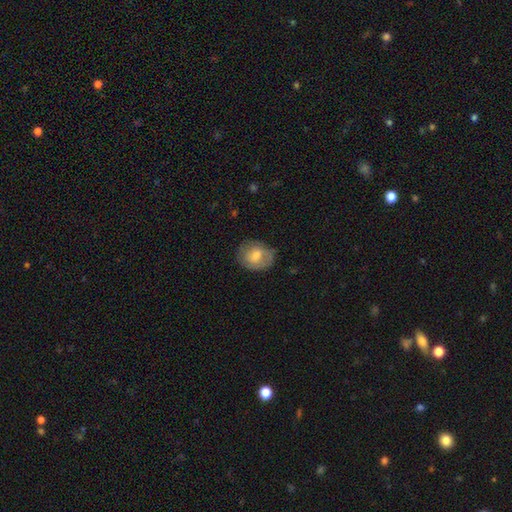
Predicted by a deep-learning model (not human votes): This appears to be a smooth galaxy with no disk features (65%) that is round (54%). Merging: none (69%).